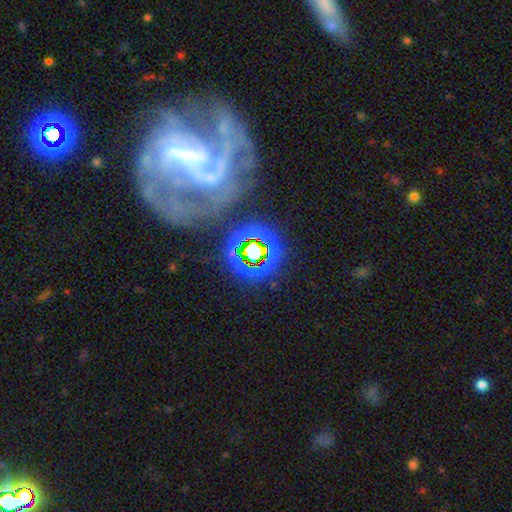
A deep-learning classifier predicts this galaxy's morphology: This is possibly a star or artifact rather than a galaxy (50%).